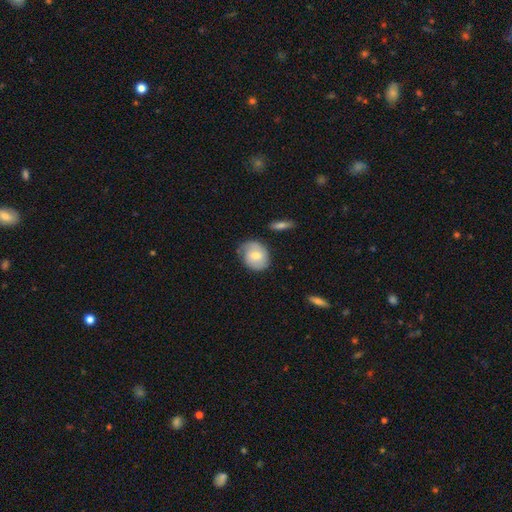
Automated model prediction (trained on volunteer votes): The model was most divided on "smooth or featured": smooth: 54%, featured or disk: 39%, star or artifact: 7%. More confident: merging — none (64%); how rounded — round (62%).